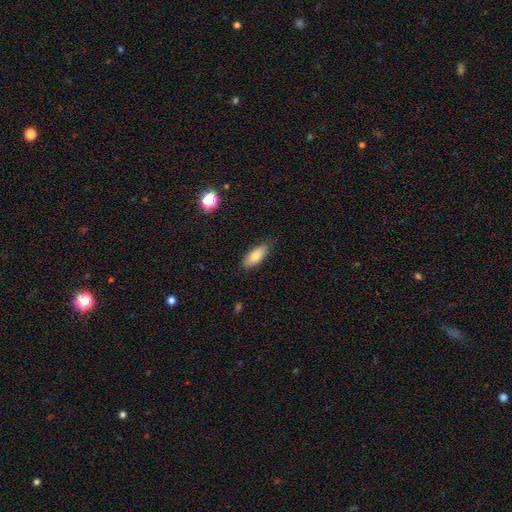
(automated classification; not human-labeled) smooth-or-featured: smooth: 77% | featured or disk: 15% | star or artifact: 7%
  how-rounded: in between: 81% | cigar-shaped: 17% | round: 2%
  merging: none: 82% | minor disturbance: 14% | major disturbance: 2% | merger: 1%